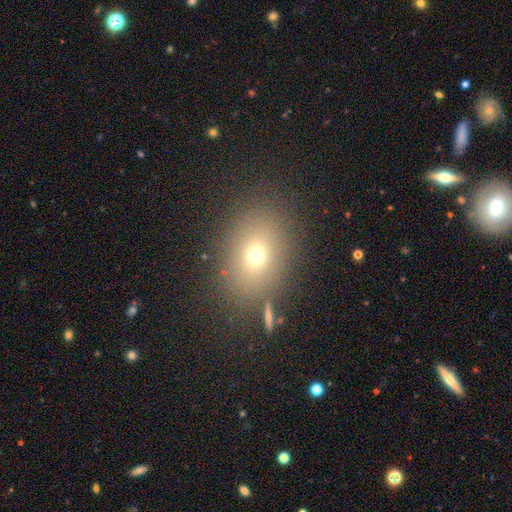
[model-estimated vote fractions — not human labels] A smooth galaxy with no disk features (68%) that is in between round and cigar-shaped (60%).

Vote fractions:
- Smooth or featured? smooth: 68% / star or artifact: 18% / featured or disk: 14%
- How rounded? in between: 60% / round: 39% / cigar-shaped: 1%
- Merging? none: 79% / minor disturbance: 10% / major disturbance: 5% / merger: 5%